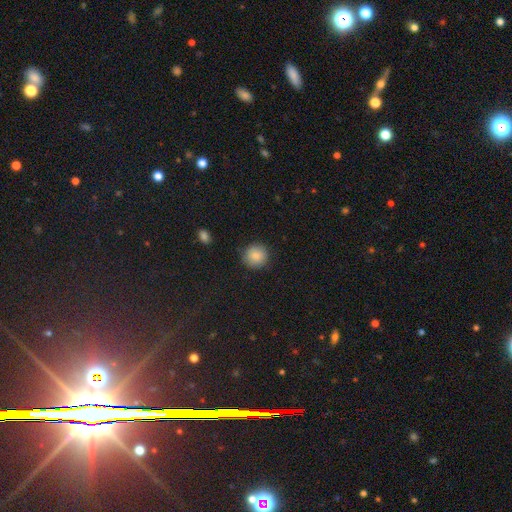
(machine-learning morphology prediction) The model was most divided on "smooth or featured": smooth: 85%, star or artifact: 9%, featured or disk: 6%. More confident: how rounded — round (93%); merging — none (87%).